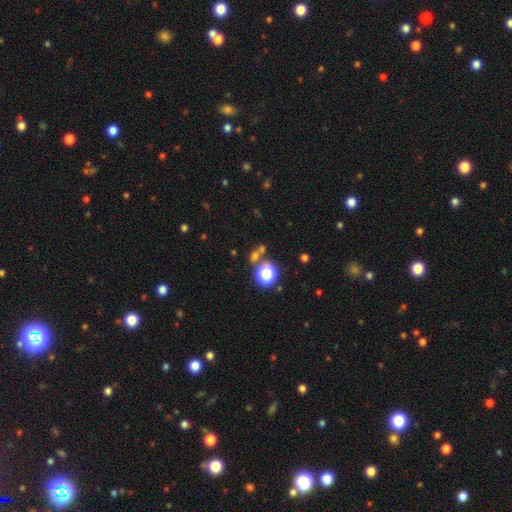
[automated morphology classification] Smooth or featured?
  - smooth: 50% *
  - star or artifact: 39%
  - featured or disk: 11%
How rounded?
  - round: 71% *
  - in between: 25%
  - cigar-shaped: 4%
Merging?
  - none: 61% *
  - merger: 23%
  - minor disturbance: 10%
  - major disturbance: 6%